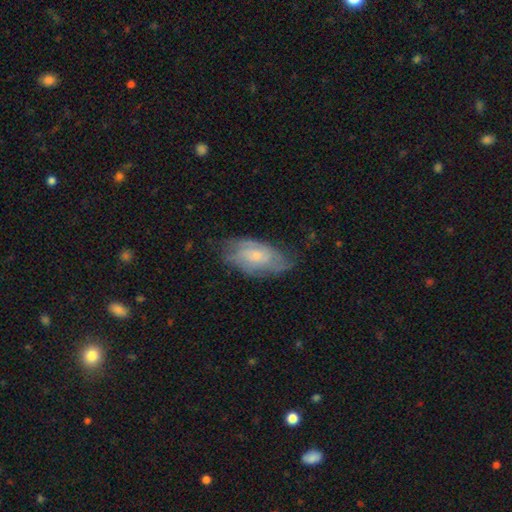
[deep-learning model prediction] Morphology: type=featured or disk (64%); edge-on=no (93%); bar=no (66%); spiral arms=yes (83%); bulge=small (60%); merging=none (62%).